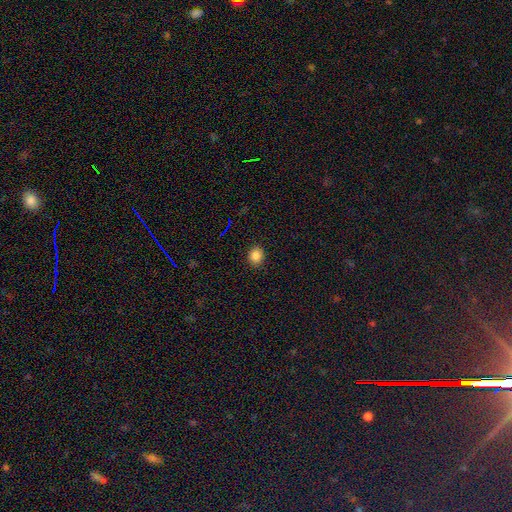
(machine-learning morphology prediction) This appears to be a smooth galaxy with no disk features (85%) that is round (67%). Merging: none (90%).